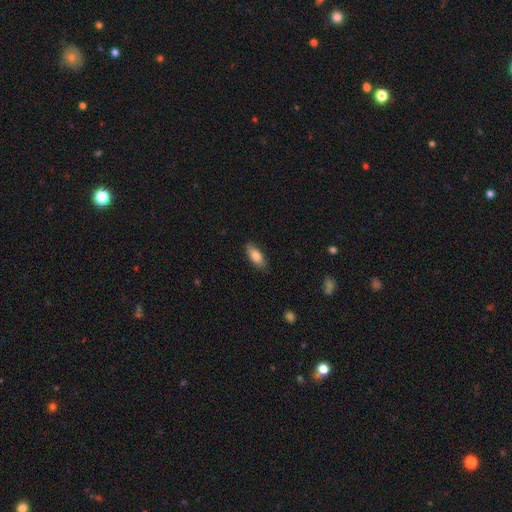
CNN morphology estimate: Smooth or featured: smooth — 82% (featured or disk — 12%)
How rounded: in between — 79% (cigar-shaped — 19%)
Merging: none — 86% (minor disturbance — 11%)